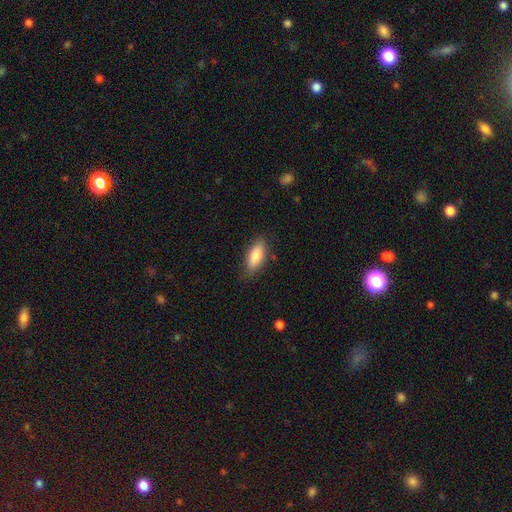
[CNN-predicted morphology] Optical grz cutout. It shows a smooth galaxy with no disk features (82%) that is in between round and cigar-shaped (78%). Merging: none (82%).